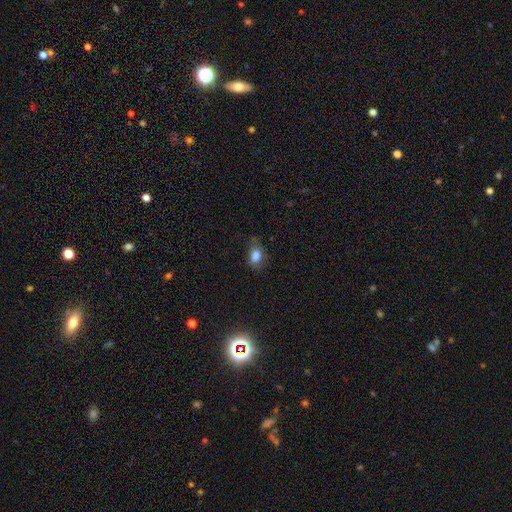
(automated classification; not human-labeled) A smooth galaxy with no disk features (80%) that is in between round and cigar-shaped (80%). Merging: none (56%).